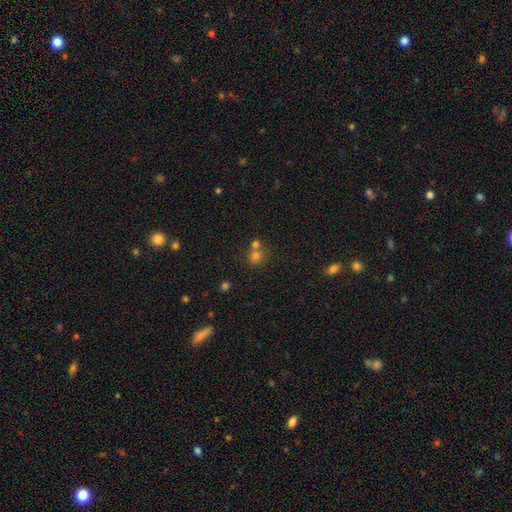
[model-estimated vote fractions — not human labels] A smooth galaxy with no disk features (72%) that is round (80%).

Vote fractions:
- Smooth or featured? smooth: 72% / star or artifact: 18% / featured or disk: 11%
- How rounded? round: 80% / in between: 19% / cigar-shaped: 1%
- Merging? none: 47% / merger: 42% / minor disturbance: 8% / major disturbance: 3%